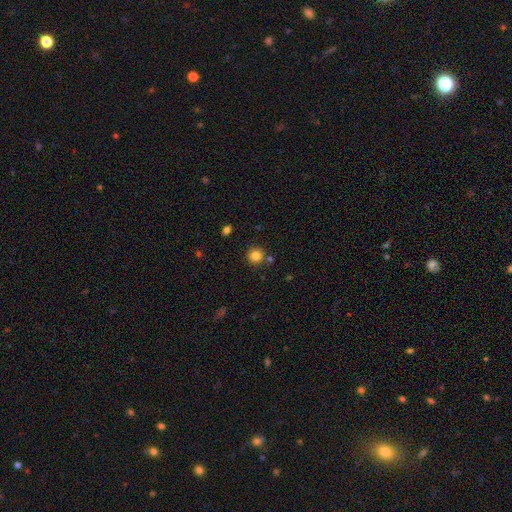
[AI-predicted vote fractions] smooth 83%, star or artifact 12%, featured or disk 6%. Down the decision tree: how rounded — round (94%); merging — none (84%).